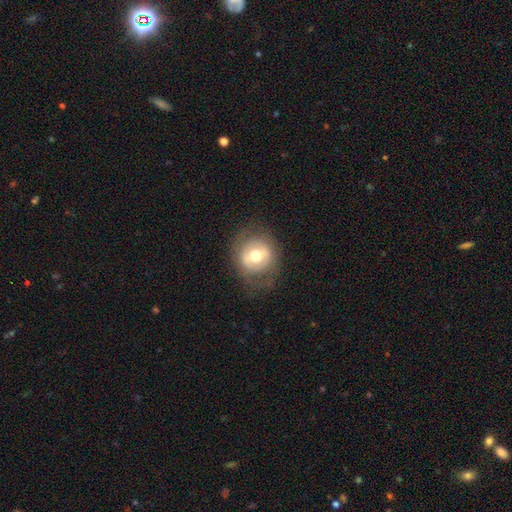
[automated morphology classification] This appears to be a smooth galaxy with no disk features (48%). Merging: none (76%).